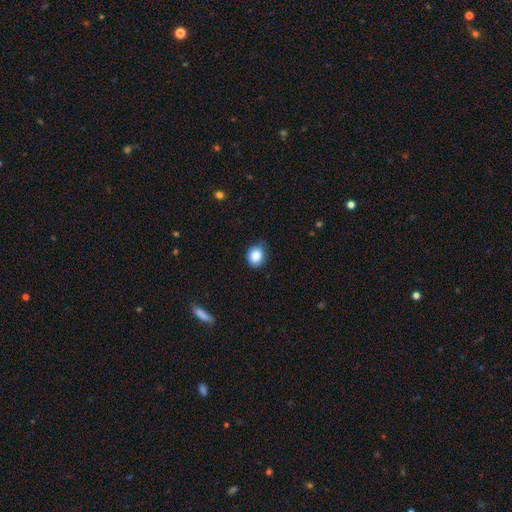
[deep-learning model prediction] The model was most divided on "how rounded": round: 67%, in between: 32%, cigar-shaped: 1%. More confident: smooth or featured — smooth (86%); merging — none (73%).